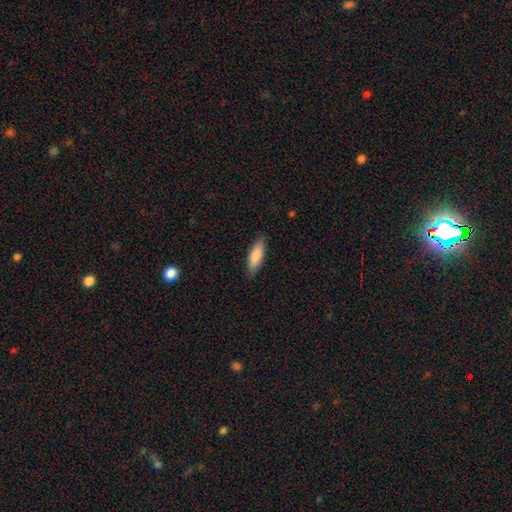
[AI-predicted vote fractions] Q: Smooth or featured?
A: smooth (85%); runner-up: featured or disk (9%)
Q: How rounded?
A: in between (54%); runner-up: cigar-shaped (44%)
Q: Merging?
A: none (86%); runner-up: minor disturbance (11%)